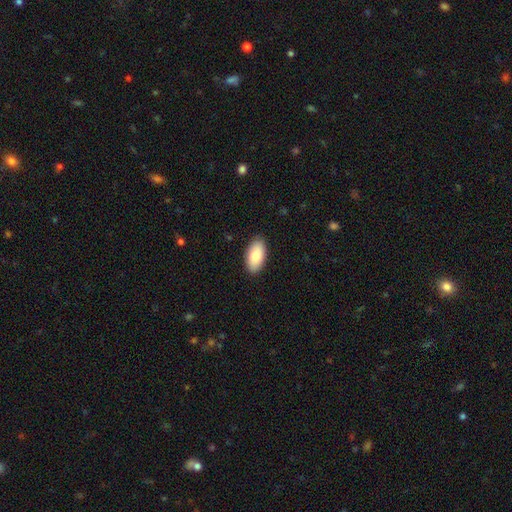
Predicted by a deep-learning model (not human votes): This is clearly a smooth galaxy (83%). How rounded: clearly in between (95%). Merging: clearly none (89%).